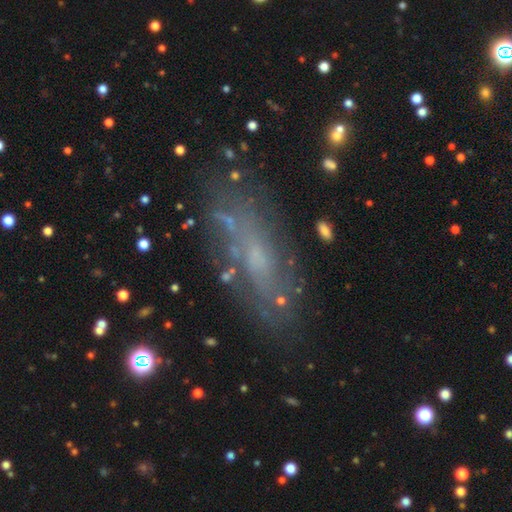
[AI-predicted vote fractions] smooth_or_featured: featured or disk (p=0.53) [alt: smooth p=0.34]
disk_edge_on: no (p=0.77) [alt: yes p=0.23]
merging: none (p=0.72) [alt: minor disturbance p=0.18]